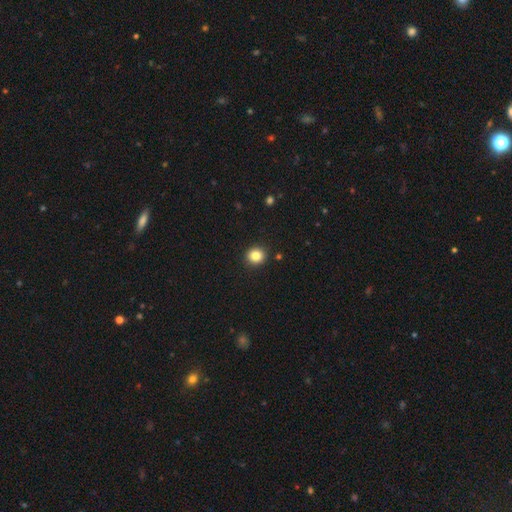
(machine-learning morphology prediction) Smooth or featured?
  - smooth: 84% *
  - star or artifact: 11%
  - featured or disk: 5%
How rounded?
  - round: 85% *
  - in between: 14%
  - cigar-shaped: 1%
Merging?
  - none: 92% *
  - minor disturbance: 5%
  - major disturbance: 2%
  - merger: 1%